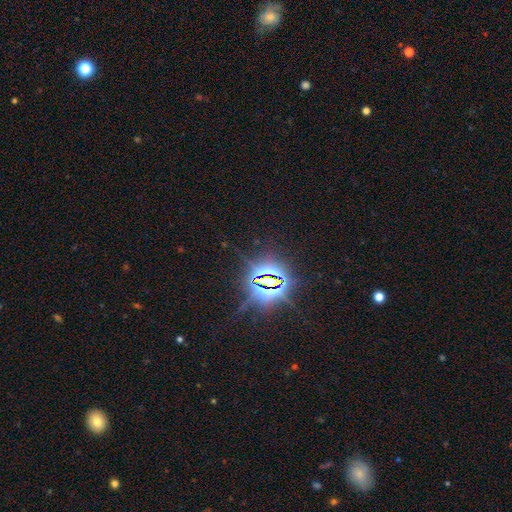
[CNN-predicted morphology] This appears to be a star or artifact, not a galaxy (85%).